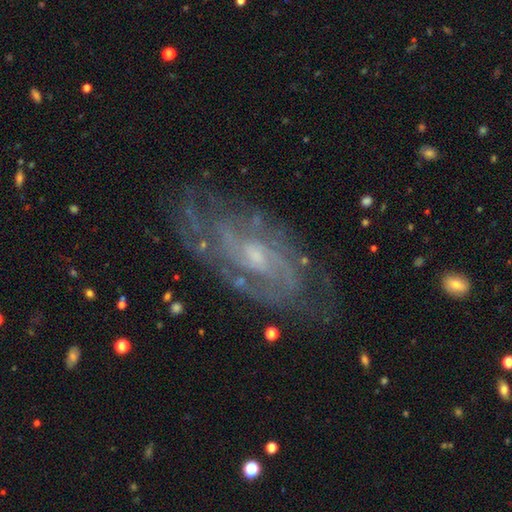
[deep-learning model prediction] The model was most divided on "spiral arm count" (2-way tie): can't tell: 33%, 2: 33%, 3: 15%, 4: 8%, more than 4: 5%, 1: 5%. More confident: edge-on disk — no (94%); spiral arms — yes (94%); smooth or featured — featured or disk (86%); merging — none (72%); bulge size — small (59%); spiral winding — tight (53%); bar — no (52%).